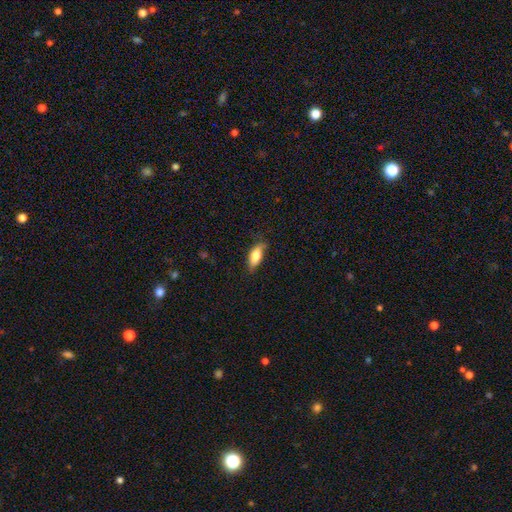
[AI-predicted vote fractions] smooth_or_featured: smooth (p=0.74) [alt: featured or disk p=0.19]
how_rounded: in between (p=0.76) [alt: cigar-shaped p=0.21]
merging: none (p=0.69) [alt: minor disturbance p=0.24]